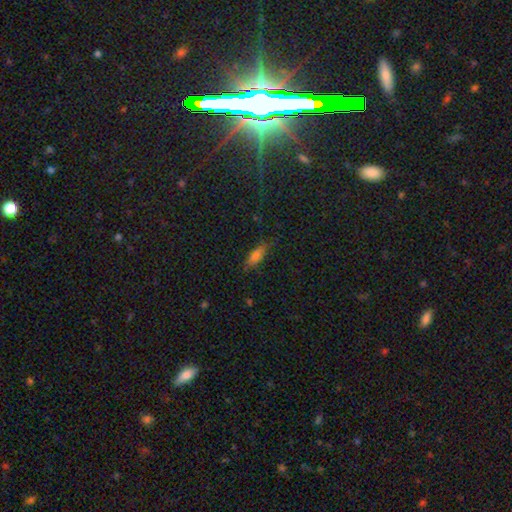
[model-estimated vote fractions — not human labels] A smooth galaxy with no disk features (73%) that is in between round and cigar-shaped (67%).

Vote fractions:
- Smooth or featured? smooth: 73% / featured or disk: 14% / star or artifact: 13%
- How rounded? in between: 67% / cigar-shaped: 30% / round: 3%
- Merging? none: 72% / minor disturbance: 21% / major disturbance: 5% / merger: 2%